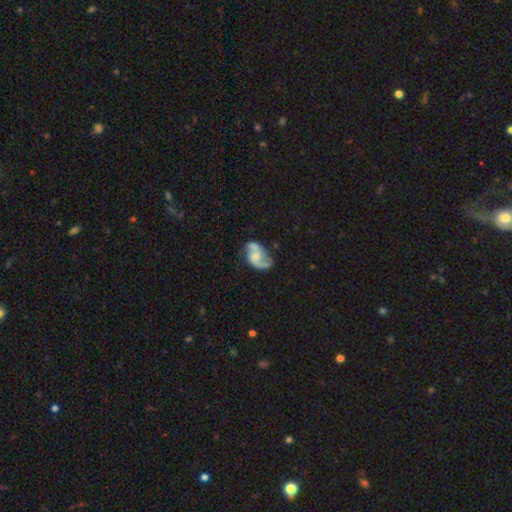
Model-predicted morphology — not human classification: Overall: featured or disk (81%). Edge-on disk: no (98%). Bar: no (49%; weak 42%). Spiral arms: yes (95%). Spiral arm count: 2 (90%). Spiral winding: loose (47%; medium 42%). Bulge size: small (42%; moderate 32%). Merging: none (64%).